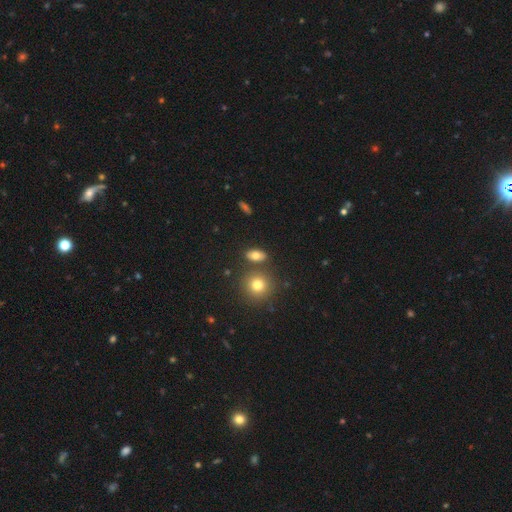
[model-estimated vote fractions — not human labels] Q: Smooth or featured?
A: smooth (74%); runner-up: featured or disk (14%)
Q: How rounded?
A: in between (77%); runner-up: round (18%)
Q: Merging?
A: none (78%); runner-up: minor disturbance (11%)